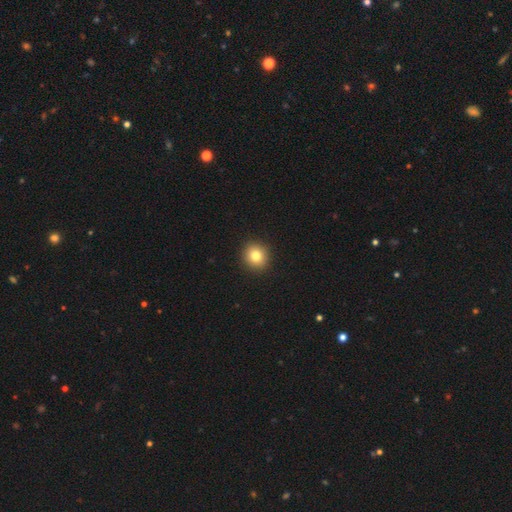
A smooth galaxy with no disk features (89%) that is round (94%). Merging: none (91%).